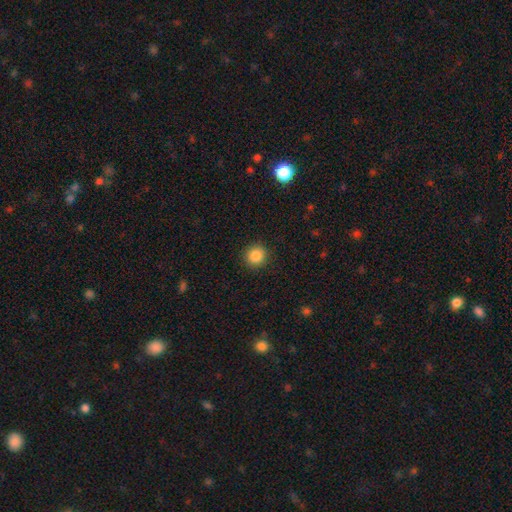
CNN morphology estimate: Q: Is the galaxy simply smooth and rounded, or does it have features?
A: smooth — 86%.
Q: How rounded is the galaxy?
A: round — 91%.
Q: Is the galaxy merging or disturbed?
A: none — 91%.